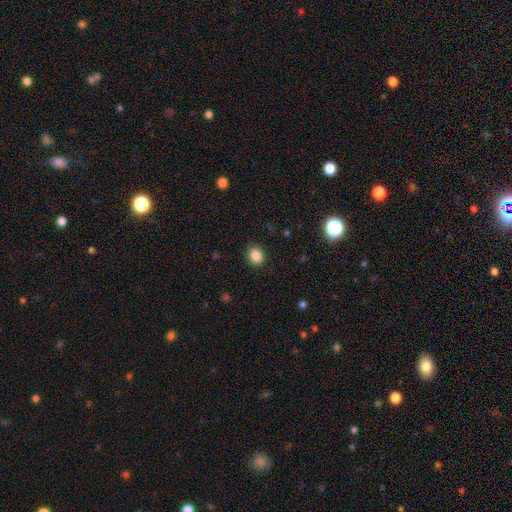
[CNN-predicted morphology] Q: Smooth or featured?
A: smooth (86%); runner-up: star or artifact (10%)
Q: How rounded?
A: round (54%); runner-up: in between (45%)
Q: Merging?
A: none (89%); runner-up: minor disturbance (8%)